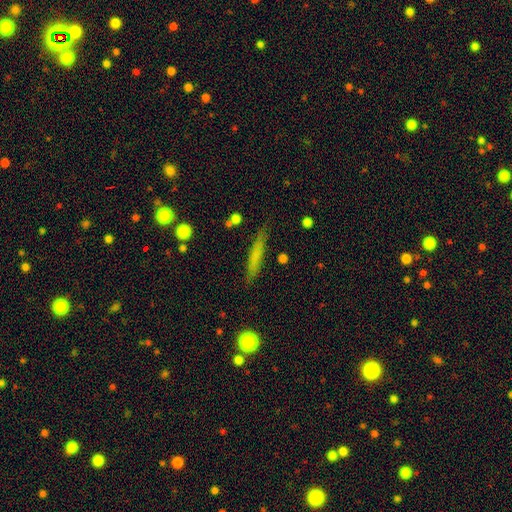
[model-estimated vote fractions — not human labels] Smooth or featured?
  - smooth: 65% *
  - featured or disk: 27%
  - star or artifact: 8%
How rounded?
  - cigar-shaped: 91% *
  - in between: 7%
  - round: 2%
Merging?
  - none: 83% *
  - minor disturbance: 12%
  - major disturbance: 3%
  - merger: 2%